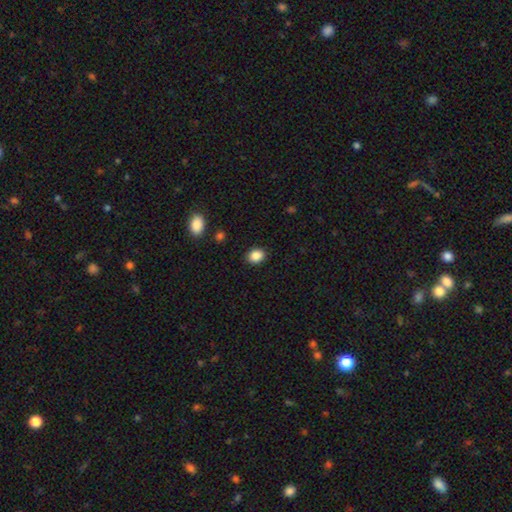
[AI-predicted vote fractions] This appears to be a smooth galaxy with no disk features (87%) that is round (50%). Merging: none (89%).